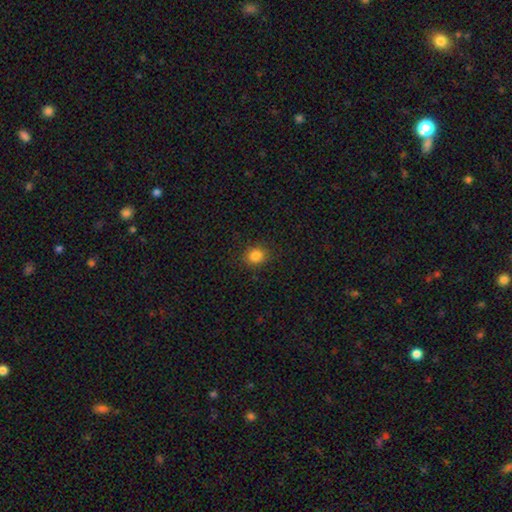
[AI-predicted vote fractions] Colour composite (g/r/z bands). It shows a smooth galaxy with no disk features (84%) that is round (78%). Merging: none (89%).